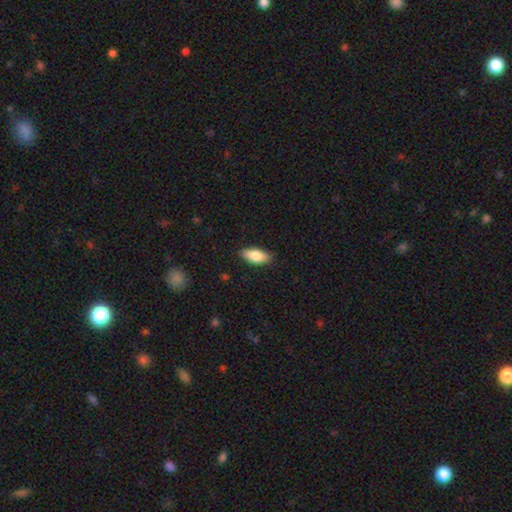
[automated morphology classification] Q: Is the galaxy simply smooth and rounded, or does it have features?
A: smooth — 82%.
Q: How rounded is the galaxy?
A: in between — 86%.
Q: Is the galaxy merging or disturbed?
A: none — 87%.